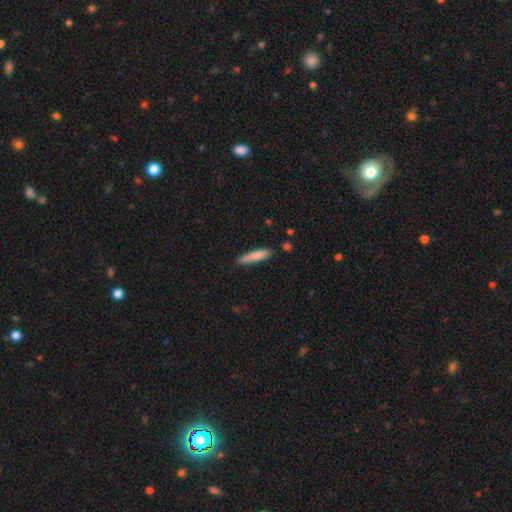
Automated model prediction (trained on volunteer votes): Overall: smooth (81%). How rounded: cigar-shaped (83%). Merging: none (84%).